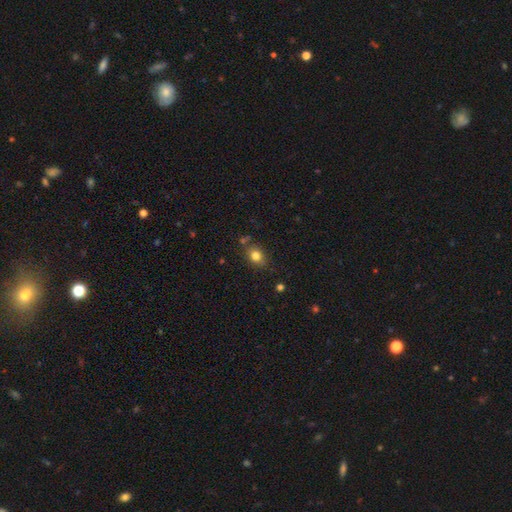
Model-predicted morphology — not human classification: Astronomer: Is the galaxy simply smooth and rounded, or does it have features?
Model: smooth — 80%.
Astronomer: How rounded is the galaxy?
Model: round — 51% (runner-up: in between, 48%).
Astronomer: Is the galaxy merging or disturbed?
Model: none — 73%.